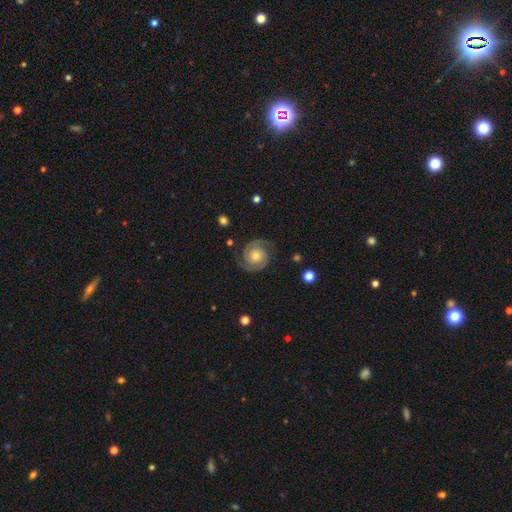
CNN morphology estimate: The model was most divided on "bulge size": moderate: 59%, small: 30%, large: 7%, none: 3%, dominant: 1%. More confident: spiral arms — yes (98%); edge-on disk — no (98%); spiral arm count — 2 (93%); smooth or featured — featured or disk (89%); merging — none (84%); bar — no (74%); spiral winding — tight (64%).